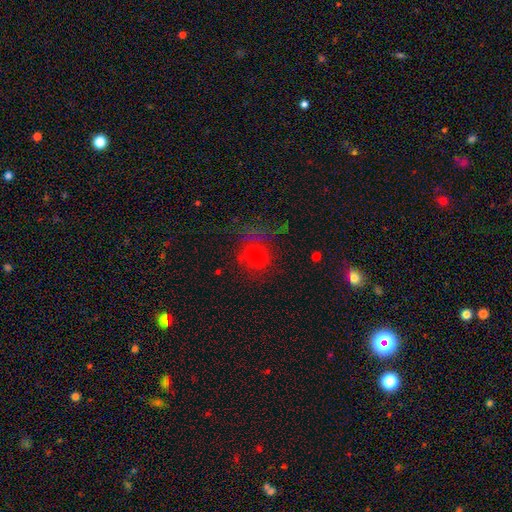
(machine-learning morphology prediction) type=smooth (62%); roundness=round (57%); merging=none (56%).